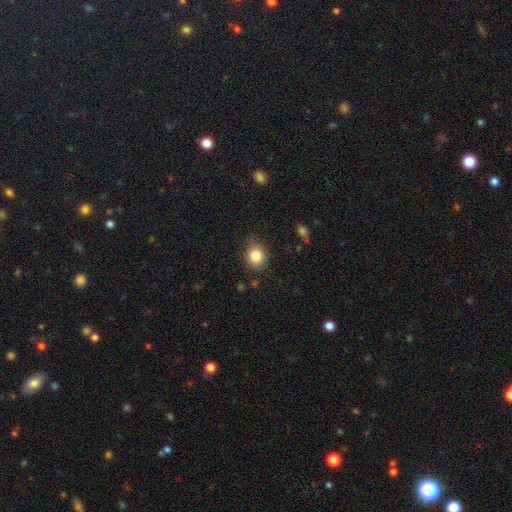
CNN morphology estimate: Smooth or featured: smooth — 82% (star or artifact — 11%)
How rounded: round — 68% (in between — 31%)
Merging: none — 75% (minor disturbance — 19%)